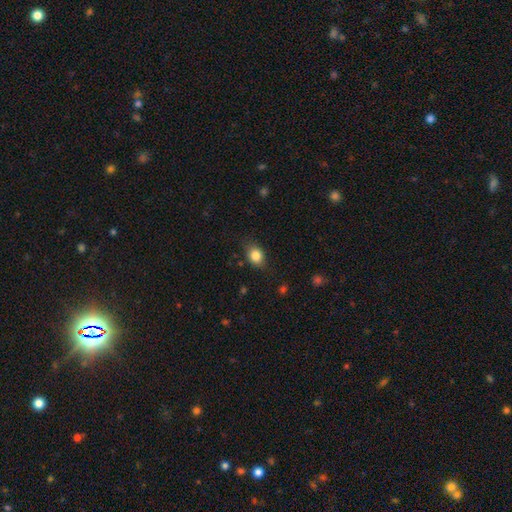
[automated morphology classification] smooth 84%, star or artifact 9%, featured or disk 7%. Down the decision tree: how rounded — in between (54%); merging — none (79%).